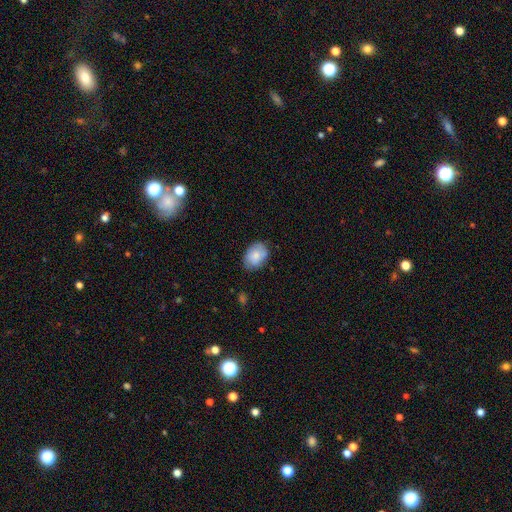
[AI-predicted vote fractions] smooth_or_featured: smooth (p=0.72) [alt: featured or disk p=0.20]
how_rounded: in between (p=0.74) [alt: round p=0.25]
merging: none (p=0.72) [alt: minor disturbance p=0.21]